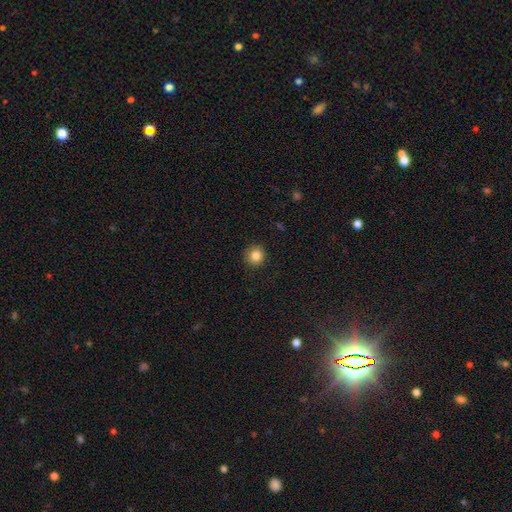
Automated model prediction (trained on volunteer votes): Morphology: type=smooth (84%); roundness=round (92%); merging=none (90%).